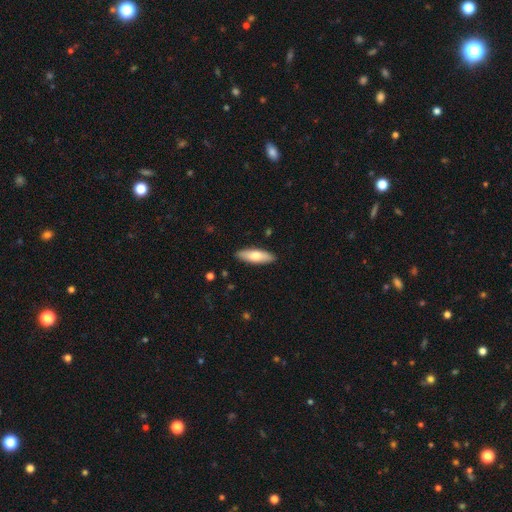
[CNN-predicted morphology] A smooth galaxy with no disk features (70%) that is in between round and cigar-shaped (53%).

Vote fractions:
- Smooth or featured? smooth: 70% / featured or disk: 25% / star or artifact: 5%
- How rounded? in between: 53% / cigar-shaped: 45% / round: 2%
- Merging? none: 89% / minor disturbance: 8% / major disturbance: 2% / merger: 1%